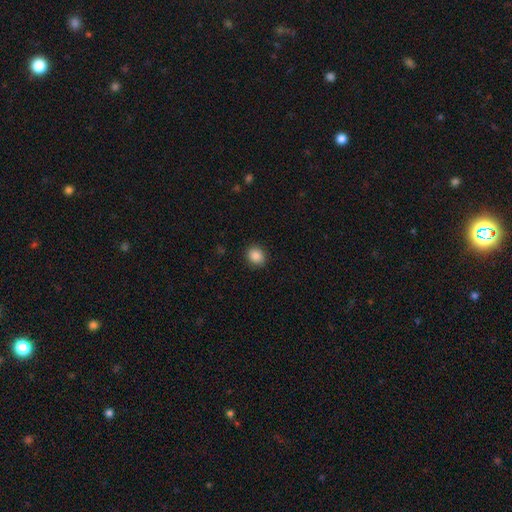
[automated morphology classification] A smooth galaxy with no disk features (86%) that is round (70%).

Vote fractions:
- Smooth or featured? smooth: 86% / star or artifact: 9% / featured or disk: 4%
- How rounded? round: 70% / in between: 29% / cigar-shaped: 1%
- Merging? none: 90% / minor disturbance: 7% / major disturbance: 2% / merger: 1%